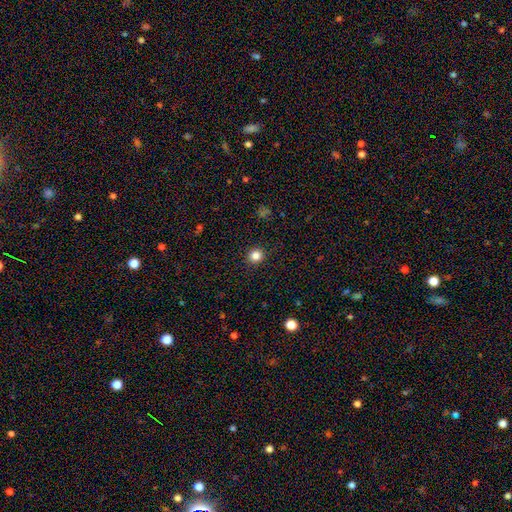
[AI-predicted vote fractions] A smooth galaxy with no disk features (84%) that is round (90%).

Vote fractions:
- Smooth or featured? smooth: 84% / star or artifact: 12% / featured or disk: 4%
- How rounded? round: 90% / in between: 9% / cigar-shaped: 1%
- Merging? none: 92% / minor disturbance: 5% / major disturbance: 2% / merger: 1%